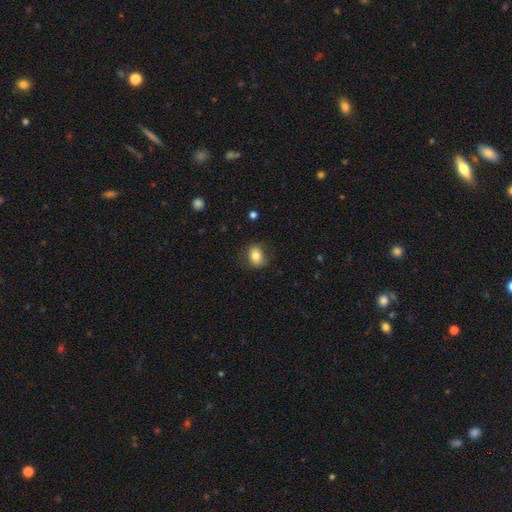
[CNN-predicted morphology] The model was most divided on "how rounded": in between: 60%, round: 39%, cigar-shaped: 1%. More confident: smooth or featured — smooth (80%); merging — none (79%).